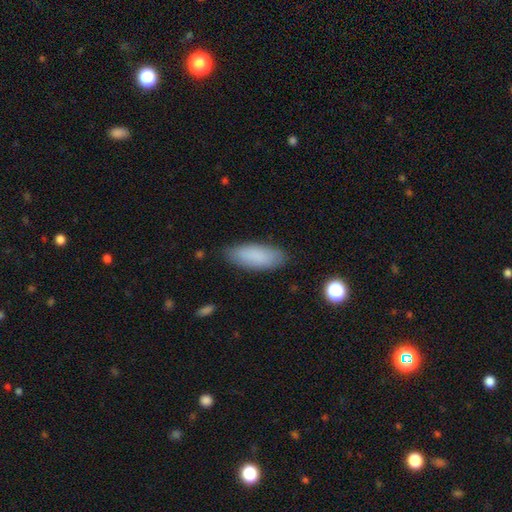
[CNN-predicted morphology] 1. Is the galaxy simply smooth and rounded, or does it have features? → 86% smooth, 7% featured or disk, 7% star or artifact.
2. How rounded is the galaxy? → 74% in between, 24% cigar-shaped, 2% round.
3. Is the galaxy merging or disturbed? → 84% none, 12% minor disturbance, 3% major disturbance, 1% merger.